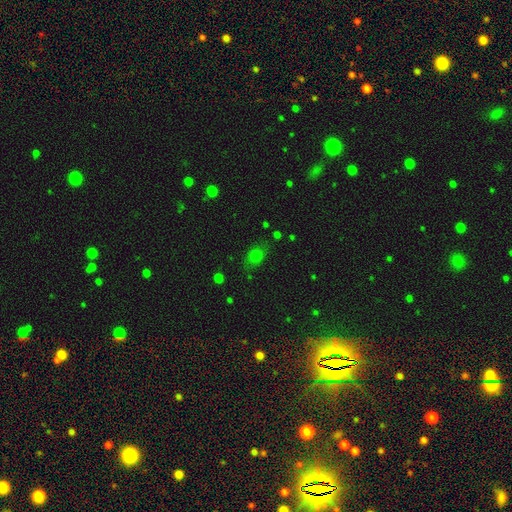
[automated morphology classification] smooth-or-featured: smooth: 70% | star or artifact: 20% | featured or disk: 10%
  how-rounded: in between: 55% | round: 43% | cigar-shaped: 3%
  merging: none: 76% | minor disturbance: 17% | major disturbance: 5% | merger: 2%